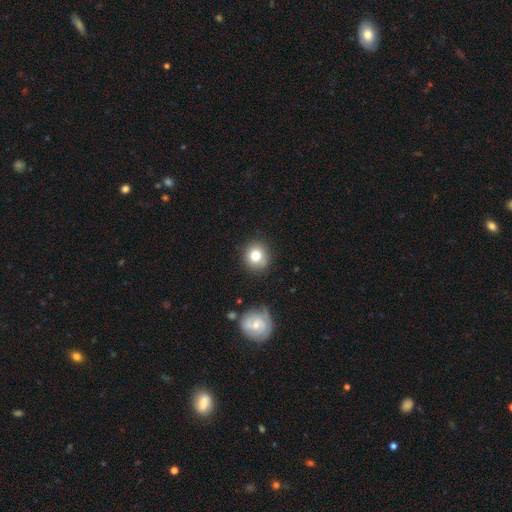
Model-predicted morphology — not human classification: Overall: smooth (79%). How rounded: round (87%). Merging: none (83%).